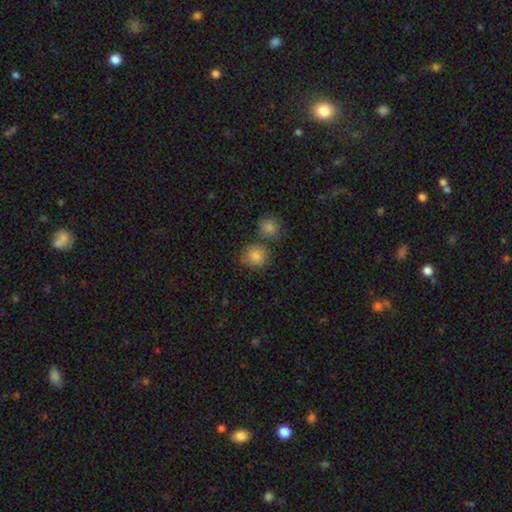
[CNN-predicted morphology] Smooth or featured?
  - smooth: 83% *
  - star or artifact: 10%
  - featured or disk: 7%
How rounded?
  - round: 80% *
  - in between: 19%
  - cigar-shaped: 1%
Merging?
  - none: 66% *
  - merger: 19%
  - minor disturbance: 12%
  - major disturbance: 3%